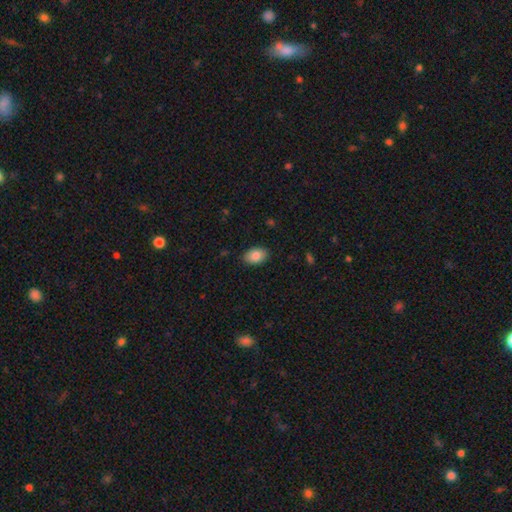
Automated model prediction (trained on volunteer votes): smooth_or_featured: smooth (p=0.87) [alt: star or artifact p=0.07]
how_rounded: in between (p=0.88) [alt: round p=0.11]
merging: none (p=0.86) [alt: minor disturbance p=0.11]